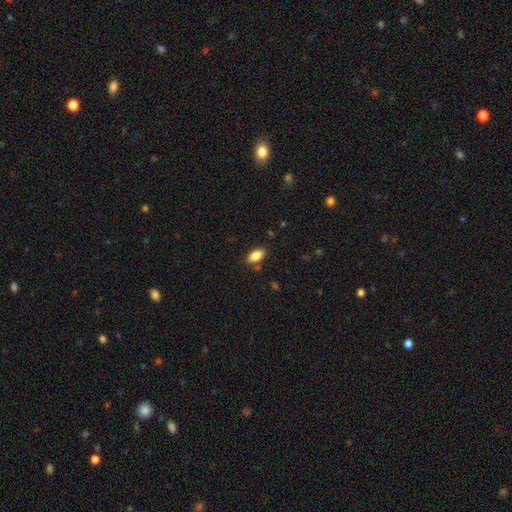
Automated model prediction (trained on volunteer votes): A smooth galaxy with no disk features (86%) that is in between round and cigar-shaped (92%).

Vote fractions:
- Smooth or featured? smooth: 86% / star or artifact: 8% / featured or disk: 7%
- How rounded? in between: 92% / round: 4% / cigar-shaped: 4%
- Merging? none: 83% / minor disturbance: 11% / merger: 3% / major disturbance: 2%